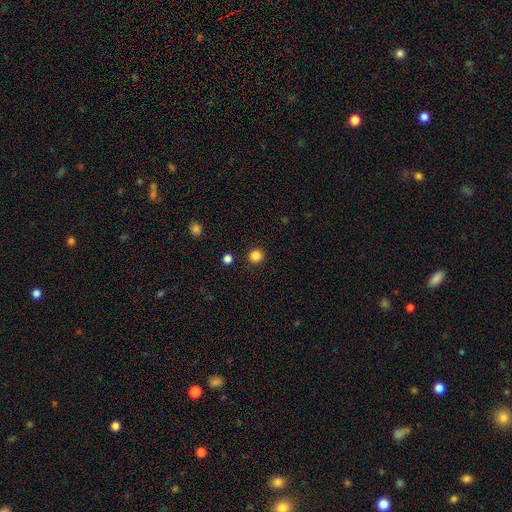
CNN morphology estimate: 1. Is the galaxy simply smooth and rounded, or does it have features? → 84% smooth, 12% star or artifact, 3% featured or disk.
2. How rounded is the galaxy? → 96% round, 3% in between, 1% cigar-shaped.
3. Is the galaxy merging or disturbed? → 92% none, 4% minor disturbance, 2% major disturbance, 2% merger.